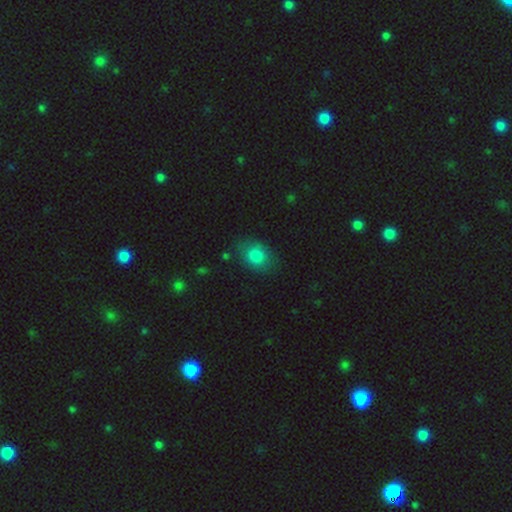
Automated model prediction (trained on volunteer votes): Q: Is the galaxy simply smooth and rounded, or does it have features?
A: smooth — 79%.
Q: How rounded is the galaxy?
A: in between — 64%.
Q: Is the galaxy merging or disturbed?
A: none — 77%.